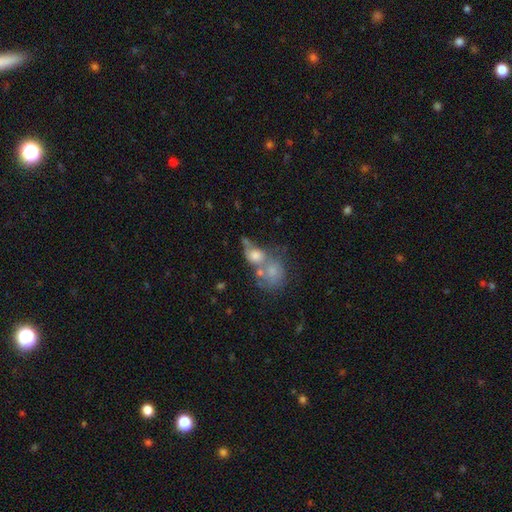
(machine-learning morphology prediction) This appears to be a smooth galaxy with no disk features (61%) that is round (51%). Merging: merger (61%).